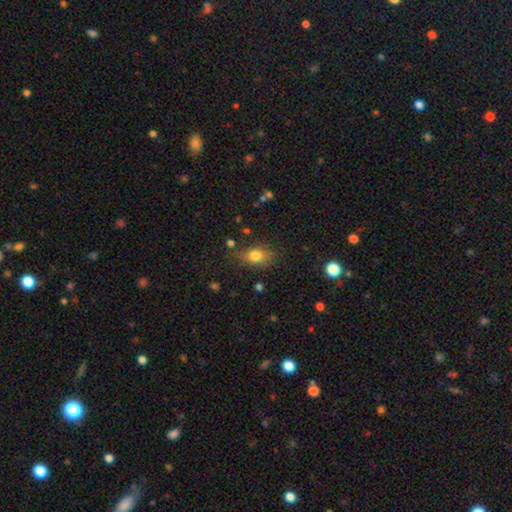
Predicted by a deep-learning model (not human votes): Overall: smooth (79%). How rounded: in between (74%). Merging: none (71%).